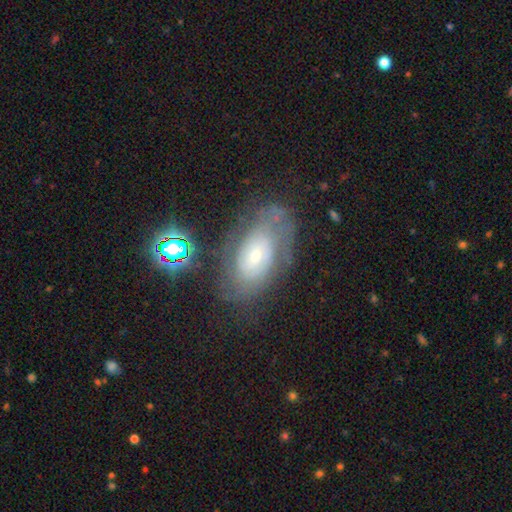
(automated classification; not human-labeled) The model was most divided on "bulge size": small: 58%, moderate: 36%, large: 3%, none: 2%, dominant: 1%. More confident: edge-on disk — no (94%); spiral arms — yes (81%); smooth or featured — featured or disk (68%); bar — no (66%); spiral winding — tight (65%); merging — none (61%); spiral arm count — can't tell (56%).